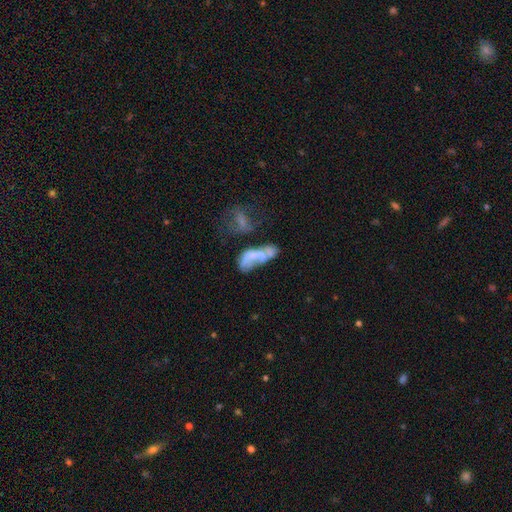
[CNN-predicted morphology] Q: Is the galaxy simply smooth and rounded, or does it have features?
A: featured or disk — 51%.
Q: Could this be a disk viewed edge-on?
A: no — 94%.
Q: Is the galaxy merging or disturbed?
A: merger — 54%.